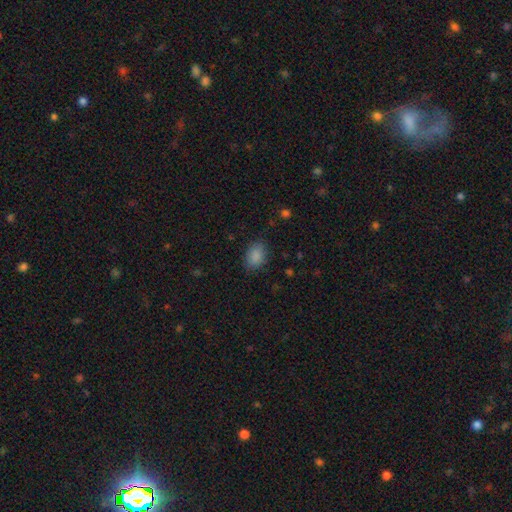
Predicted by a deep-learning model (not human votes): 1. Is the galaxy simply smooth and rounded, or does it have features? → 87% smooth, 9% star or artifact, 5% featured or disk.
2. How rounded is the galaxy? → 76% in between, 23% round, 1% cigar-shaped.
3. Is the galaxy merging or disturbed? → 81% none, 15% minor disturbance, 4% major disturbance, 1% merger.